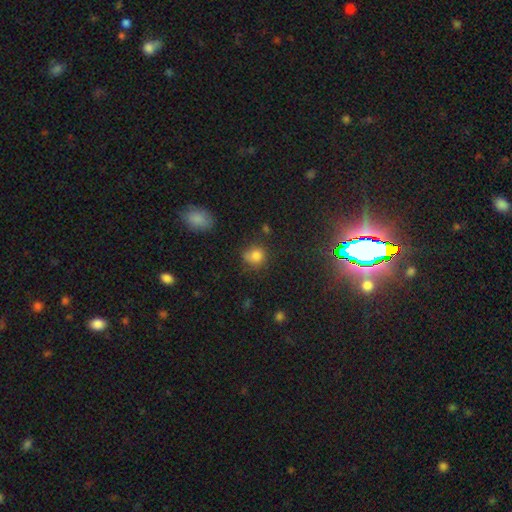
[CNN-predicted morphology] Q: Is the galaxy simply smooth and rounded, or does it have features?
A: smooth — 78%.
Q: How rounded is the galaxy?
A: round — 81%.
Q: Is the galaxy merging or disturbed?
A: none — 63%.